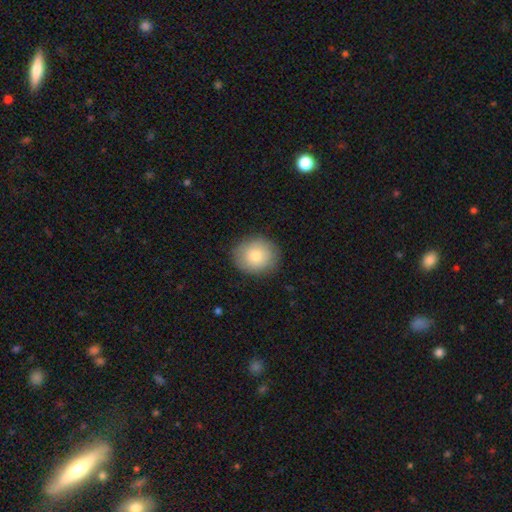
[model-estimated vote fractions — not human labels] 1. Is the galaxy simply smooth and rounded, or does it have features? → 78% smooth, 13% featured or disk, 8% star or artifact.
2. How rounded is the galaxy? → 80% round, 19% in between, 1% cigar-shaped.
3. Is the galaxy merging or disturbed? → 87% none, 10% minor disturbance, 2% major disturbance, 1% merger.